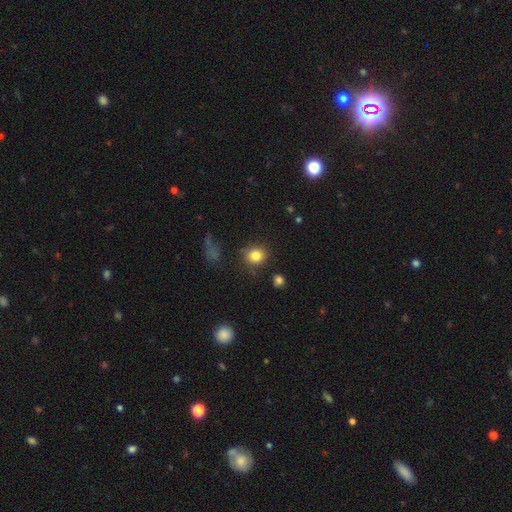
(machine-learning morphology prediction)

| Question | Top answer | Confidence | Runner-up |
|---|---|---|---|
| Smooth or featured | smooth | 83% | star or artifact (11%) |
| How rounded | round | 81% | in between (18%) |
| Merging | none | 84% | minor disturbance (10%) |